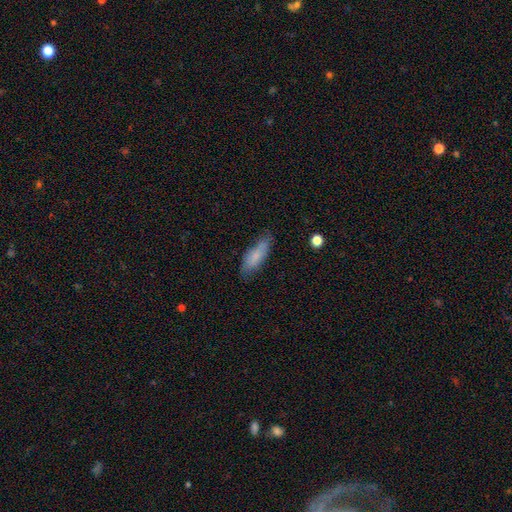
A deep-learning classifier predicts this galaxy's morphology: A smooth galaxy with no disk features (79%) that is in between round and cigar-shaped (56%).

Vote fractions:
- Smooth or featured? smooth: 79% / featured or disk: 14% / star or artifact: 6%
- How rounded? in between: 56% / cigar-shaped: 43% / round: 2%
- Merging? none: 72% / minor disturbance: 21% / major disturbance: 5% / merger: 2%